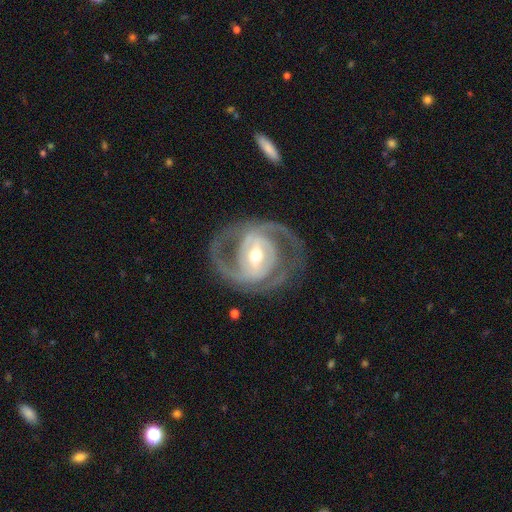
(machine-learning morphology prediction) This appears to be a featured or disk galaxy (90%) with a strong bar (46%), 2 (79%) medium (46%) spiral arms (94%) and a moderate central bulge (62%). Merging: none (75%).